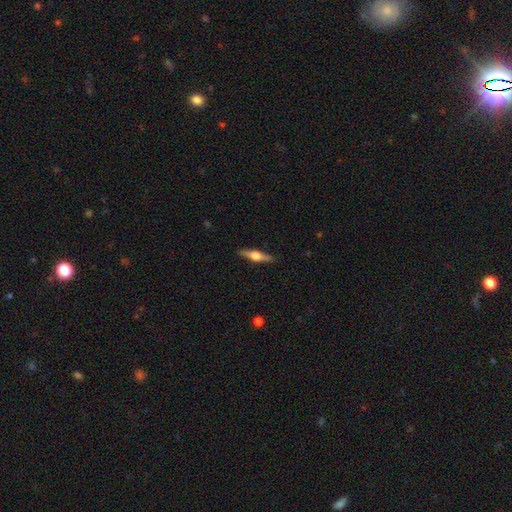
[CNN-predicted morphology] This appears to be a featured or disk galaxy (68%) viewed edge-on (97%) with a rounded central bulge (93%). Merging: none (89%).